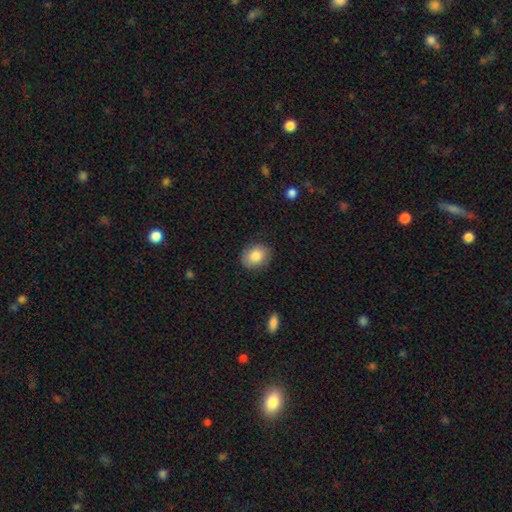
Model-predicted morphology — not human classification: type=smooth (84%); roundness=in between (52%); merging=none (85%).